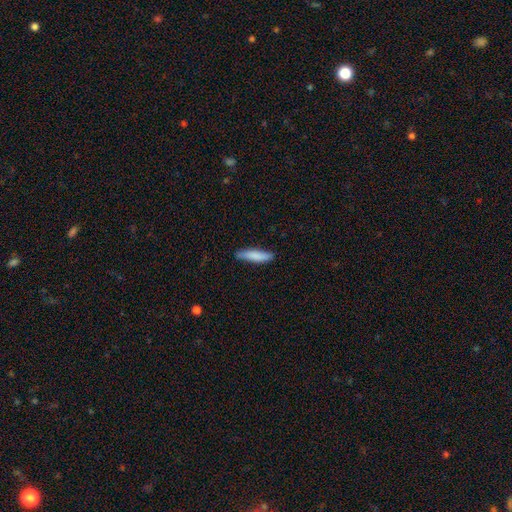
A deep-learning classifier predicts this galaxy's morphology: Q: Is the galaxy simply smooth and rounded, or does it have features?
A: smooth — 83%.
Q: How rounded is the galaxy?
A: cigar-shaped — 79%.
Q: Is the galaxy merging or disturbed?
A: none — 82%.